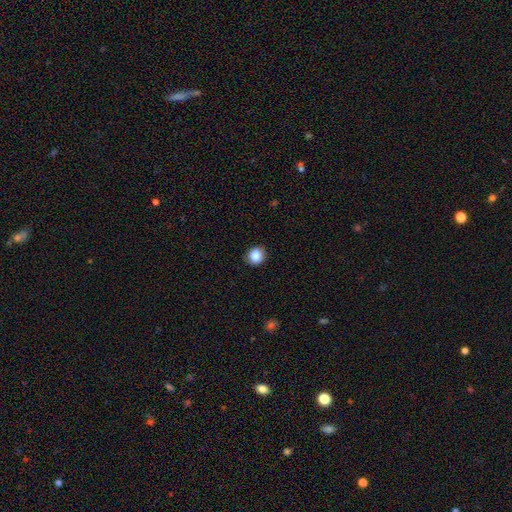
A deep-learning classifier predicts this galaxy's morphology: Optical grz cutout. It shows a smooth galaxy with no disk features (87%) that is round (86%). Merging: none (88%).